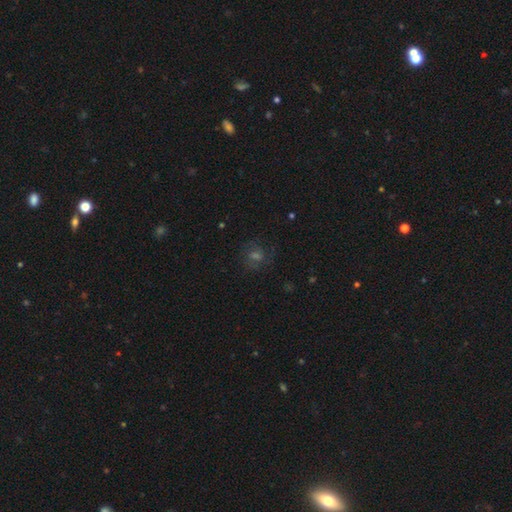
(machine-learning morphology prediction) This appears to be a smooth galaxy with no disk features (39%). Merging: none (75%).